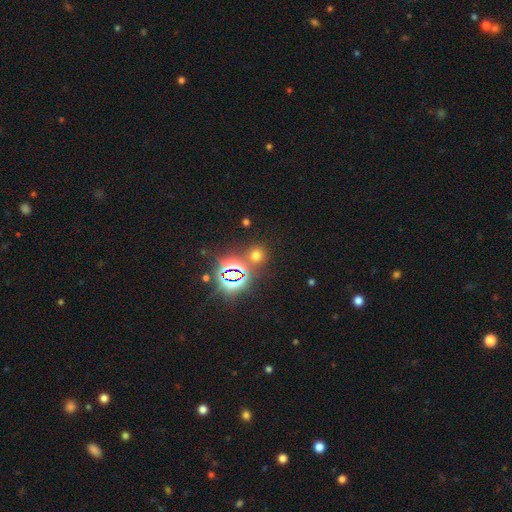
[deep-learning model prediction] The model was most divided on "smooth or featured": smooth: 51%, star or artifact: 42%, featured or disk: 7%. More confident: how rounded — round (85%); merging — none (78%).